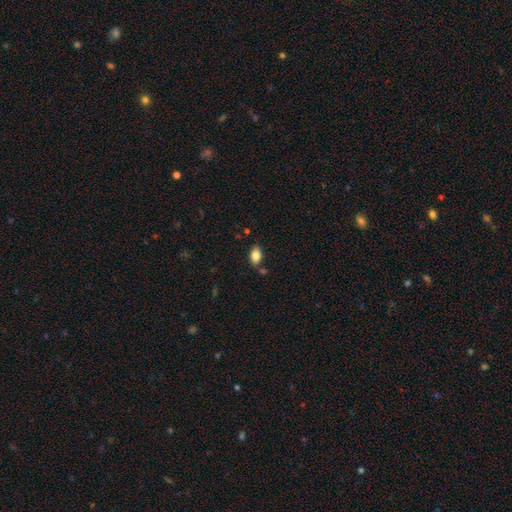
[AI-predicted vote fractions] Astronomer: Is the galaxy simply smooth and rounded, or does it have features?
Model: smooth — 83%.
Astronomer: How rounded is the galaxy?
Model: in between — 88%.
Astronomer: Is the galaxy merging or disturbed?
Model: none — 78%.